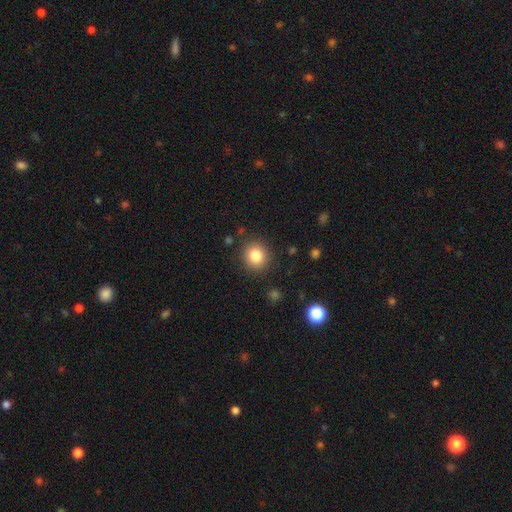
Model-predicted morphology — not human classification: Smooth or featured? smooth (83%)
How rounded? round (86%)
Merging? none (89%)